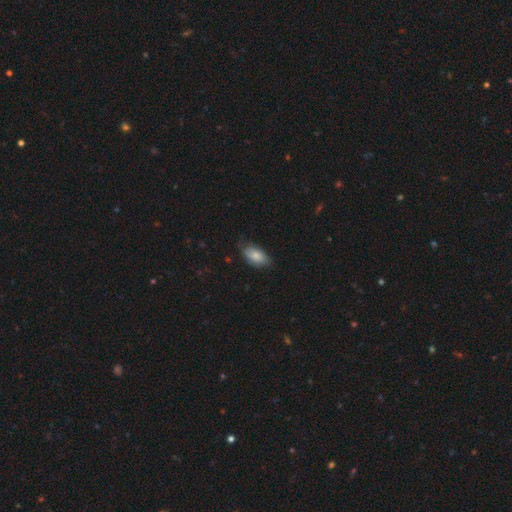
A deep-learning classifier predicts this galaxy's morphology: This is likely a smooth galaxy (80%). How rounded: clearly in between (93%). Merging: likely none (70%).